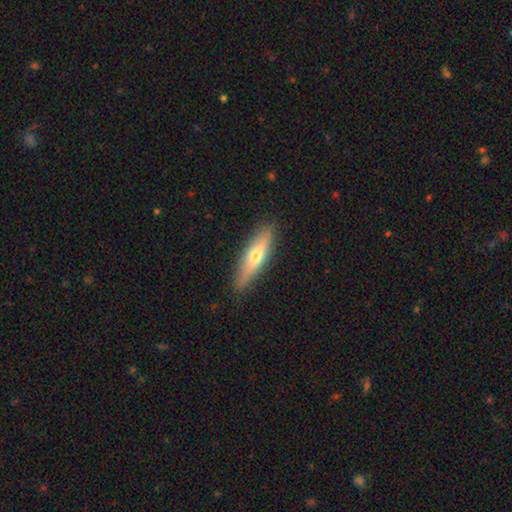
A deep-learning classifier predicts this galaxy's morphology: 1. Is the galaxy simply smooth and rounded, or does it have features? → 49% smooth, 45% featured or disk, 6% star or artifact.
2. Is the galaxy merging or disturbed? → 87% none, 9% minor disturbance, 2% major disturbance, 1% merger.